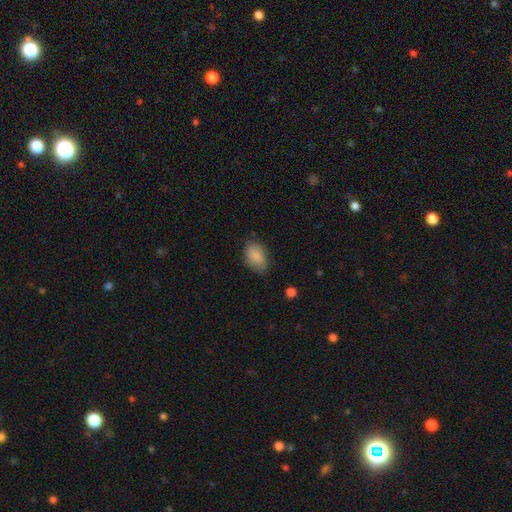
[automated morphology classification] A smooth galaxy with no disk features (86%) that is in between round and cigar-shaped (88%). Merging: none (72%).